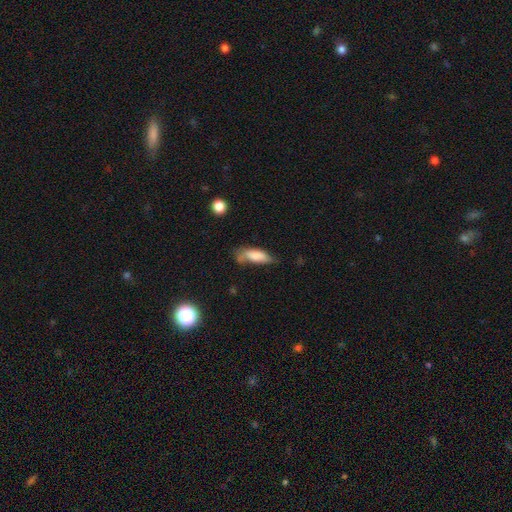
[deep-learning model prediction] Smooth or featured? smooth (78%)
How rounded? in between (67%)
Merging? none (41%)